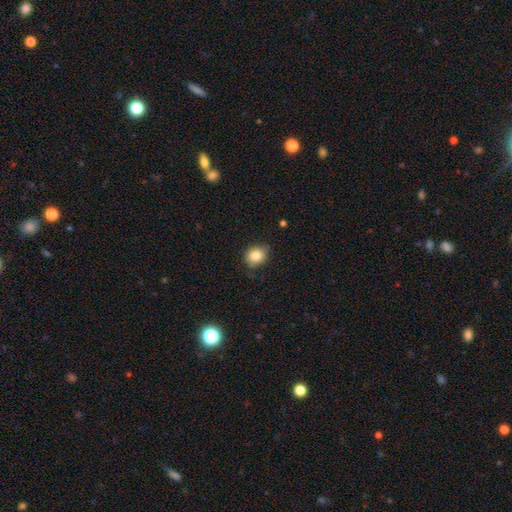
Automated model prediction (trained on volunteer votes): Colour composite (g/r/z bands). It shows a smooth galaxy with no disk features (83%) that is round (63%). Merging: none (76%).